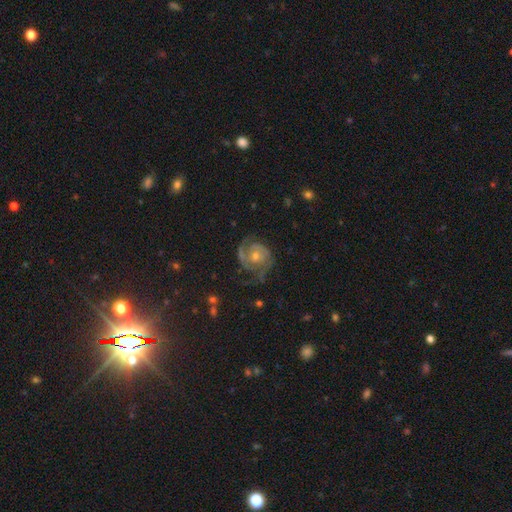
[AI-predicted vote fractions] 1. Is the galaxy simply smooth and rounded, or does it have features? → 82% featured or disk, 10% smooth, 8% star or artifact.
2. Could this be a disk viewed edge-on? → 98% no, 2% yes.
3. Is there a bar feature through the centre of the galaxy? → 74% no, 21% weak, 5% strong.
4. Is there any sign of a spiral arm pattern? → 94% yes, 6% no.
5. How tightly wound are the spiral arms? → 50% tight, 39% medium, 11% loose.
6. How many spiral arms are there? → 57% 2, 15% can't tell, 14% 3, 6% 1, 4% 4, 4% more than 4.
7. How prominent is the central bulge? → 52% moderate, 42% small, 3% large, 2% none, 1% dominant.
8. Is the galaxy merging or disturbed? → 65% none, 19% minor disturbance, 13% major disturbance, 2% merger.